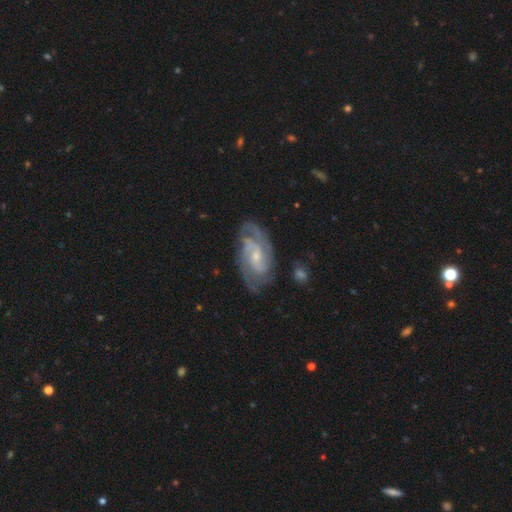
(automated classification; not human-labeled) Smooth or featured? Predicted: featured or disk (p=0.85). Edge-on disk? Predicted: no (p=0.96). Bar? Predicted: no (p=0.51). Spiral arms? Predicted: yes (p=0.96). Spiral winding? Predicted: tight (p=0.52). Spiral arm count? Predicted: 2 (p=0.40). Bulge size? Predicted: small (p=0.62). Merging? Predicted: none (p=0.73).